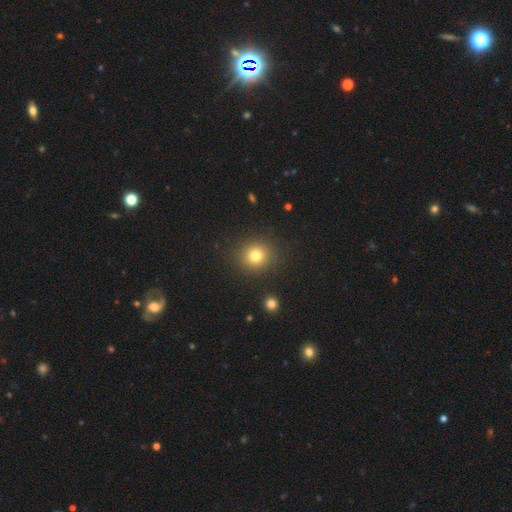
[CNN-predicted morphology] Smooth or featured? smooth (80%)
How rounded? round (88%)
Merging? none (89%)